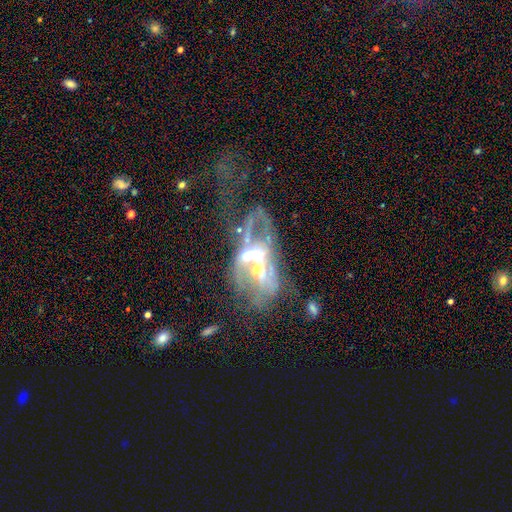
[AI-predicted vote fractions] A featured or disk galaxy (70%) with no bar (62%), no spiral arms (57%) and a moderate central bulge (54%). Merging: merger (53%).